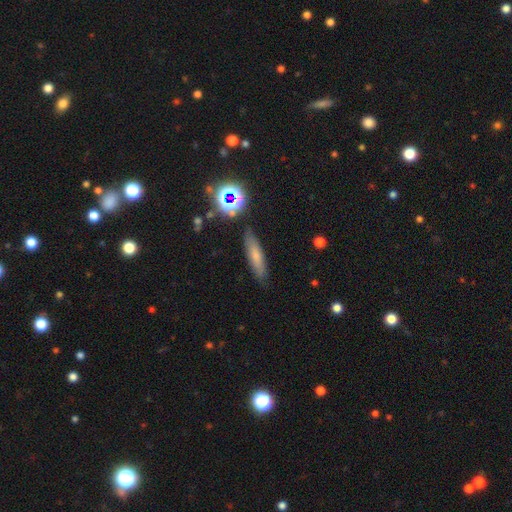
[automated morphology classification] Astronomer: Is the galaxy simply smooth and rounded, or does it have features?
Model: smooth — 66%.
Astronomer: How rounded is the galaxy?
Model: cigar-shaped — 76%.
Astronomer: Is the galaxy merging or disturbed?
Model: none — 84%.